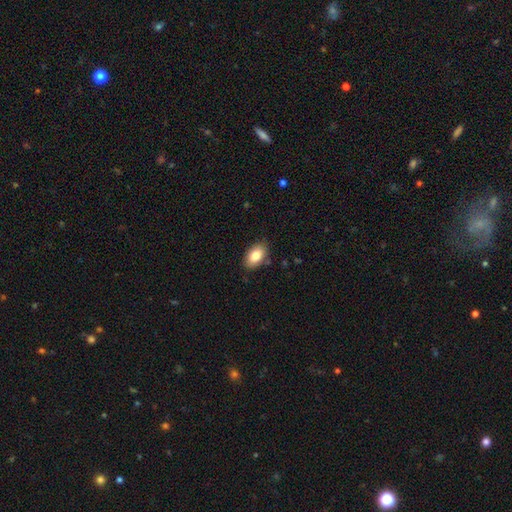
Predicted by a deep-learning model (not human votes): This is clearly a smooth galaxy (83%). How rounded: clearly in between (91%). Merging: clearly none (84%).